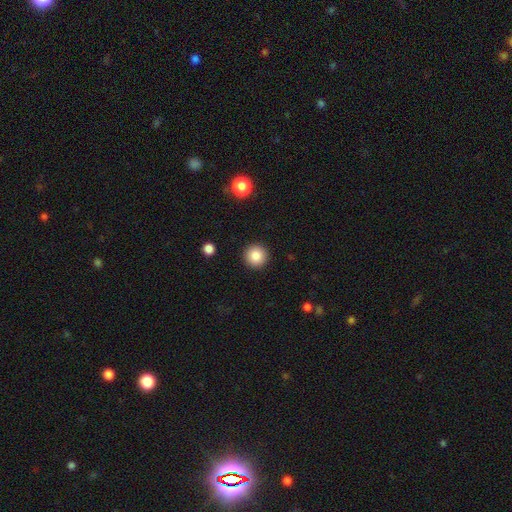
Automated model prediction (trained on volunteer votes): smooth-or-featured: smooth: 86% | star or artifact: 9% | featured or disk: 5%
  how-rounded: round: 96% | in between: 3% | cigar-shaped: 1%
  merging: none: 92% | minor disturbance: 5% | major disturbance: 2% | merger: 1%